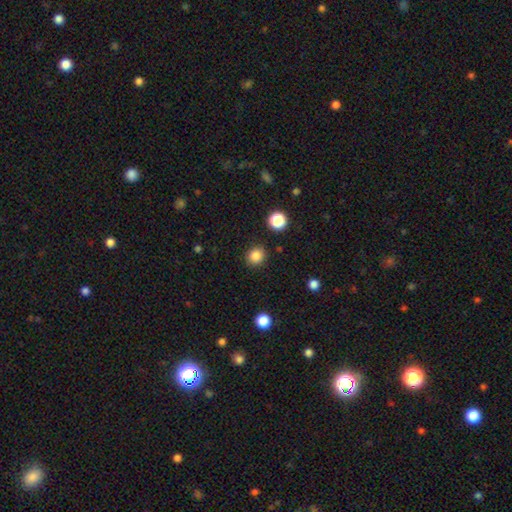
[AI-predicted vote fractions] Smooth or featured?
  - smooth: 85% *
  - star or artifact: 11%
  - featured or disk: 4%
How rounded?
  - round: 83% *
  - in between: 16%
  - cigar-shaped: 1%
Merging?
  - none: 89% *
  - minor disturbance: 7%
  - major disturbance: 2%
  - merger: 2%